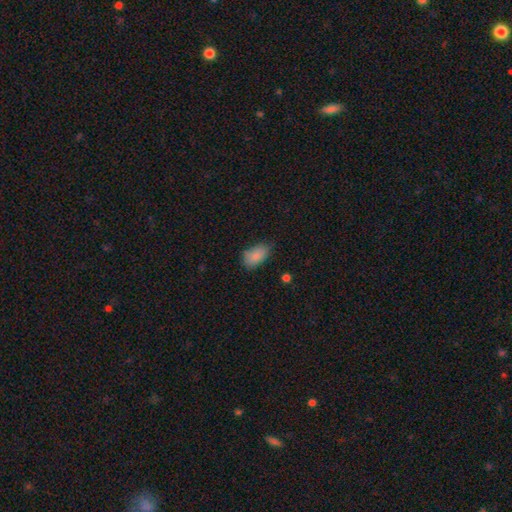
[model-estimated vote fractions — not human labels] This is clearly a smooth galaxy (86%). How rounded: clearly in between (93%). Merging: likely none (67%).